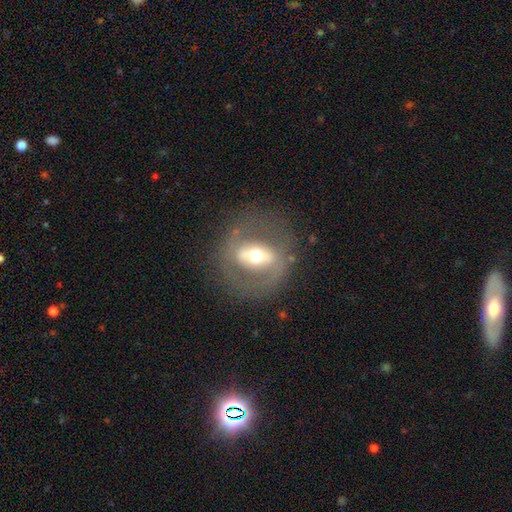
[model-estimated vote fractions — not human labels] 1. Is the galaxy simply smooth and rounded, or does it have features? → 65% featured or disk, 27% smooth, 8% star or artifact.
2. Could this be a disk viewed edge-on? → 88% no, 12% yes.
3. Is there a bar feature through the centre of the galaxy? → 52% strong, 26% weak, 22% no.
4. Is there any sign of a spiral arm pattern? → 74% no, 26% yes.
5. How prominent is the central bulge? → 66% moderate, 19% large, 12% small, 3% dominant, 1% none.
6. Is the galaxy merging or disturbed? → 74% none, 13% minor disturbance, 12% major disturbance, 2% merger.